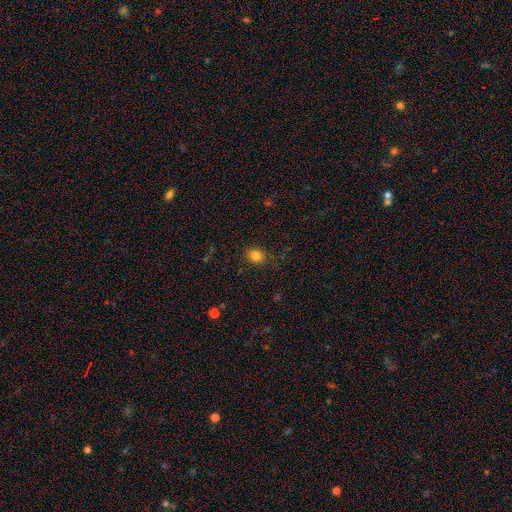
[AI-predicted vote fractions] Smooth or featured?
  - smooth: 82% *
  - star or artifact: 12%
  - featured or disk: 5%
How rounded?
  - round: 73% *
  - in between: 26%
  - cigar-shaped: 1%
Merging?
  - none: 86% *
  - minor disturbance: 10%
  - major disturbance: 3%
  - merger: 1%